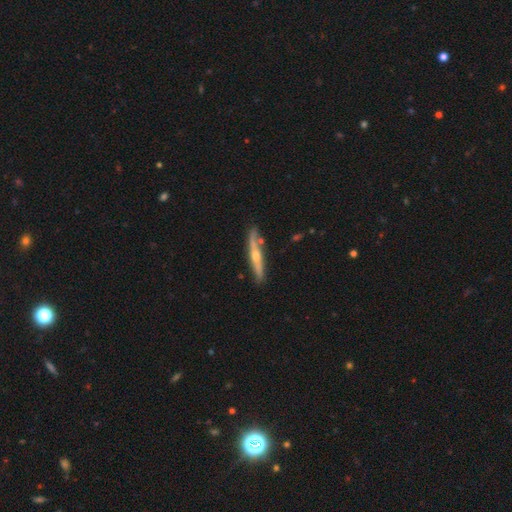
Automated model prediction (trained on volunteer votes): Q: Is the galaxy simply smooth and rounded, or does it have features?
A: featured or disk — 65%.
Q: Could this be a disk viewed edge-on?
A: yes — 94%.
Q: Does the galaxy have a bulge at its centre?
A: rounded — 90%.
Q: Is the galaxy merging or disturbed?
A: none — 81%.